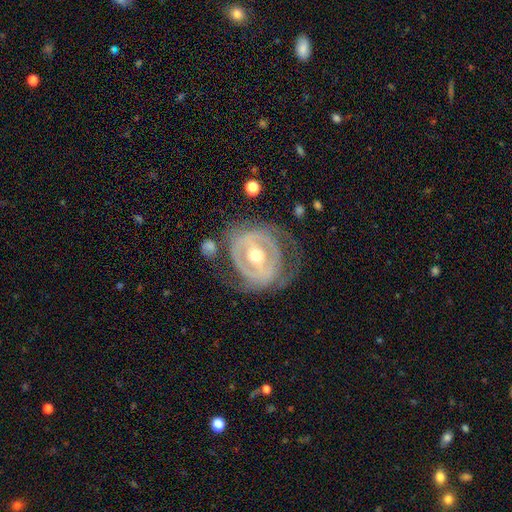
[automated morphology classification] Q: Smooth or featured?
A: featured or disk (80%); runner-up: smooth (15%)
Q: Edge-on disk?
A: no (95%); runner-up: yes (5%)
Q: Bar?
A: strong (41%); runner-up: weak (35%)
Q: Spiral arms?
A: yes (57%); runner-up: no (43%)
Q: Bulge size?
A: moderate (73%); runner-up: small (20%)
Q: Merging?
A: none (59%); runner-up: minor disturbance (20%)